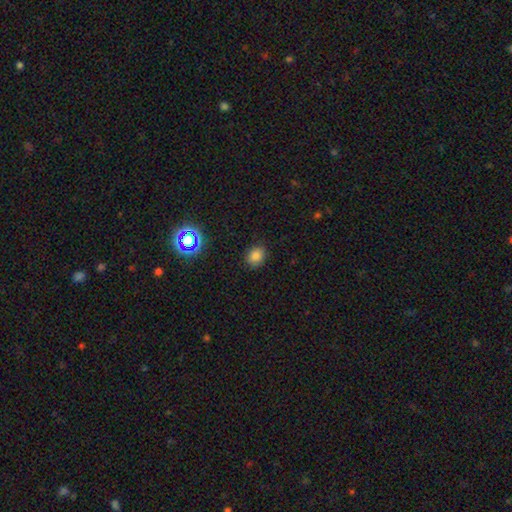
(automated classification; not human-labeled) smooth 80%, star or artifact 15%, featured or disk 5%. Down the decision tree: how rounded — round (62%); merging — none (87%).